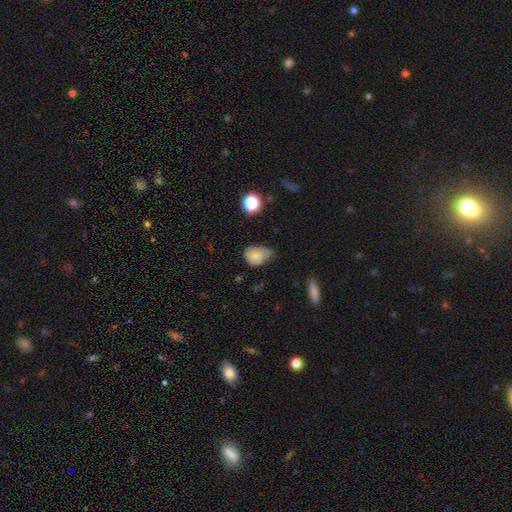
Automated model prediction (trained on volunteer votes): Overall: smooth (77%). How rounded: in between (68%; round 31%). Merging: minor disturbance (50%; none 31%).